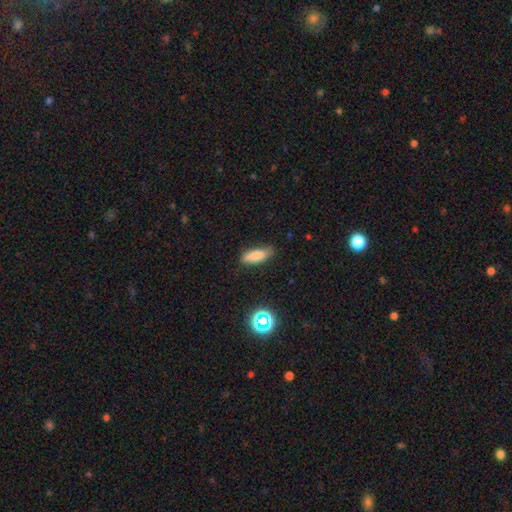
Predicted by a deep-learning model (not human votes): Smooth or featured?
  - smooth: 81% *
  - featured or disk: 10%
  - star or artifact: 9%
How rounded?
  - in between: 64% *
  - cigar-shaped: 33%
  - round: 3%
Merging?
  - none: 77% *
  - minor disturbance: 18%
  - major disturbance: 3%
  - merger: 2%